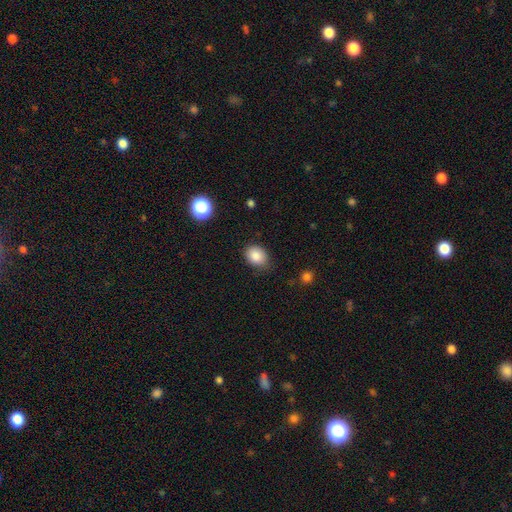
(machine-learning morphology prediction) Smooth or featured? smooth (86%)
How rounded? in between (58%)
Merging? none (76%)